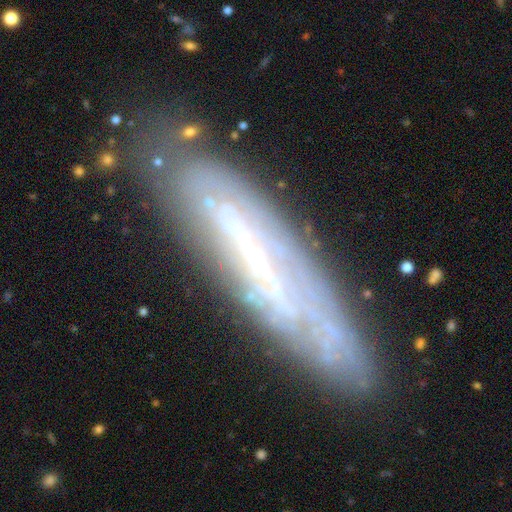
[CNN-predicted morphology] featured or disk 70%, smooth 21%, star or artifact 9%. Down the decision tree: edge-on disk — yes (58%); merging — none (73%).